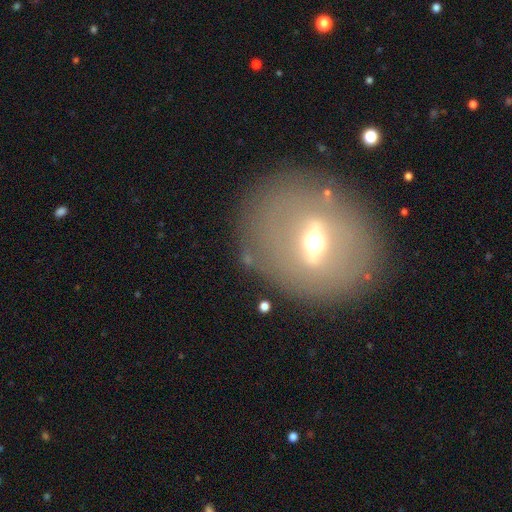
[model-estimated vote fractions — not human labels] Smooth or featured?
  - featured or disk: 62% *
  - smooth: 27%
  - star or artifact: 11%
Edge-on disk?
  - no: 70% *
  - yes: 30%
Merging?
  - none: 81% *
  - minor disturbance: 11%
  - major disturbance: 6%
  - merger: 2%